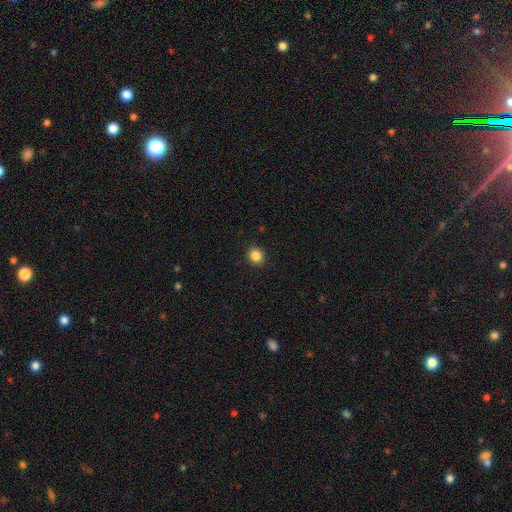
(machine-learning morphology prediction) smooth-or-featured: smooth: 86% | star or artifact: 10% | featured or disk: 3%
  how-rounded: round: 78% | in between: 21% | cigar-shaped: 1%
  merging: none: 91% | minor disturbance: 6% | major disturbance: 2% | merger: 1%